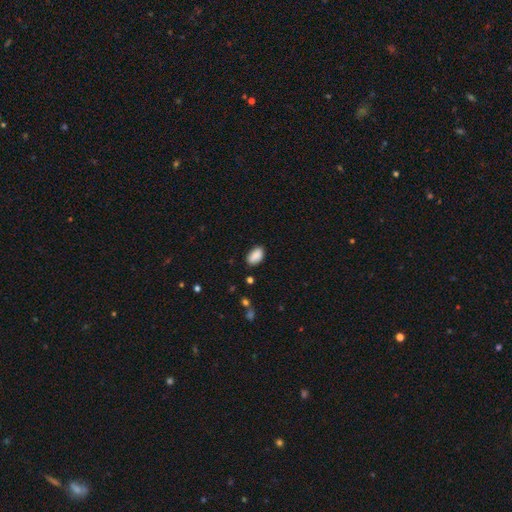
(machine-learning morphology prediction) smooth_or_featured: smooth (p=0.89) [alt: star or artifact p=0.07]
how_rounded: in between (p=0.93) [alt: round p=0.06]
merging: none (p=0.81) [alt: minor disturbance p=0.15]